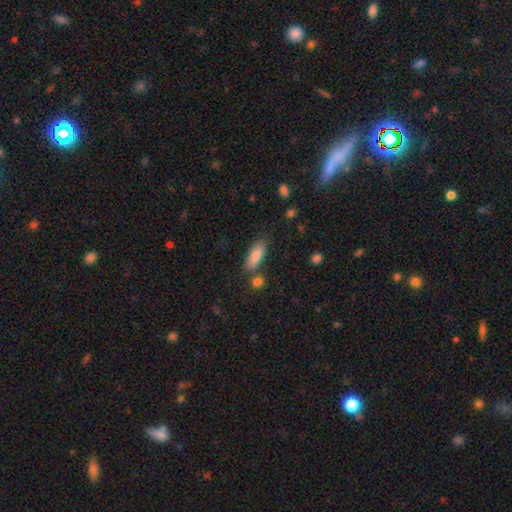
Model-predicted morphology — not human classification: Smooth or featured? Predicted: smooth (p=0.82). How rounded? Predicted: in between (p=0.70). Merging? Predicted: none (p=0.75).